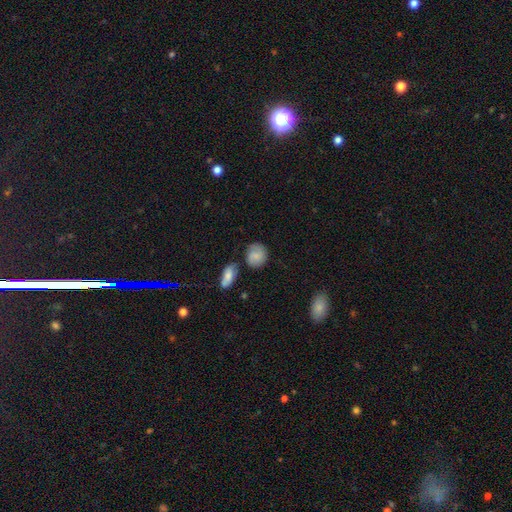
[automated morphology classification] Smooth or featured: smooth — 75% (featured or disk — 17%)
How rounded: round — 69% (in between — 29%)
Merging: none — 65% (minor disturbance — 22%)